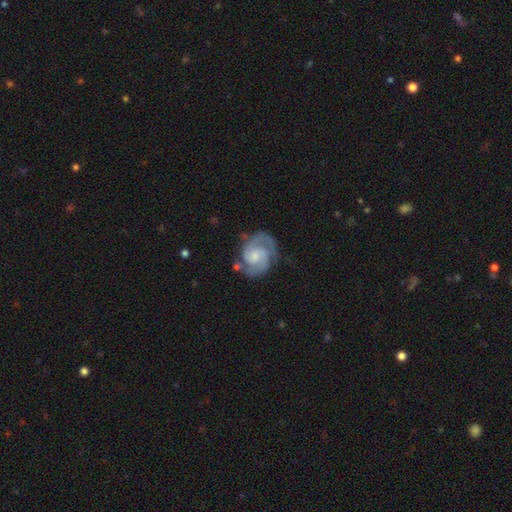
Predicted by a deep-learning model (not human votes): Q: Smooth or featured?
A: featured or disk (84%); runner-up: smooth (11%)
Q: Edge-on disk?
A: no (98%); runner-up: yes (2%)
Q: Bar?
A: no (52%); runner-up: weak (41%)
Q: Spiral arms?
A: yes (96%); runner-up: no (4%)
Q: Spiral winding?
A: medium (49%); runner-up: tight (40%)
Q: Spiral arm count?
A: 2 (82%); runner-up: can't tell (6%)
Q: Bulge size?
A: small (45%); runner-up: moderate (32%)
Q: Merging?
A: none (66%); runner-up: minor disturbance (20%)